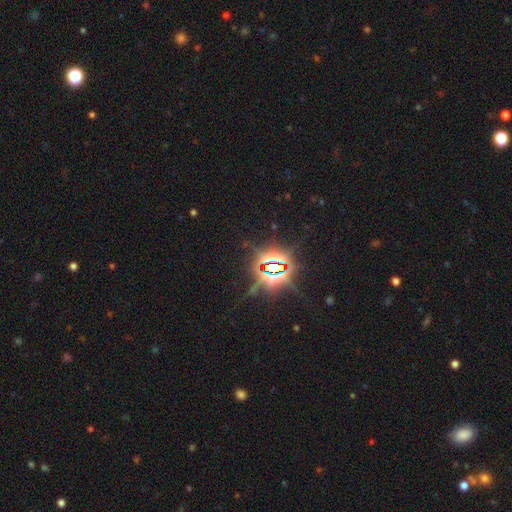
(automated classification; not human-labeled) Morphology: type=star or artifact (87%).